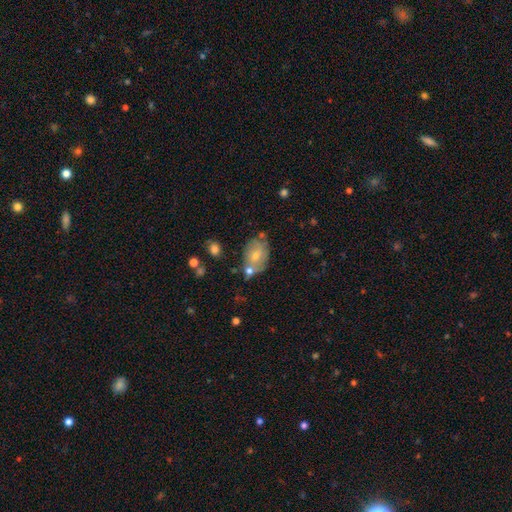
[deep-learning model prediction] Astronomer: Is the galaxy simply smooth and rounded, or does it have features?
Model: smooth — 58% (runner-up: featured or disk, 35%).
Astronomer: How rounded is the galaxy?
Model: in between — 77%.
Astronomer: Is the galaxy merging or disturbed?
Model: none — 49%.